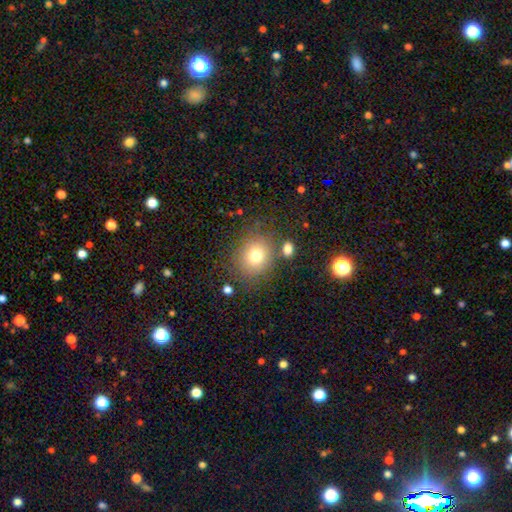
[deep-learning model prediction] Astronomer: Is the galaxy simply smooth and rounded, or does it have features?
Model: smooth — 76%.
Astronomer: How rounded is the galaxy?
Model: round — 75%.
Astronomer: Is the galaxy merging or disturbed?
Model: none — 75%.